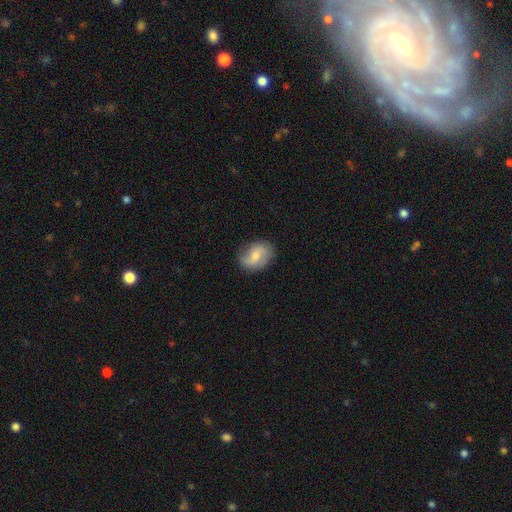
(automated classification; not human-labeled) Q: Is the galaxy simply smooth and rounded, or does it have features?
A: smooth — 47%.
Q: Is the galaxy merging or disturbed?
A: none — 78%.